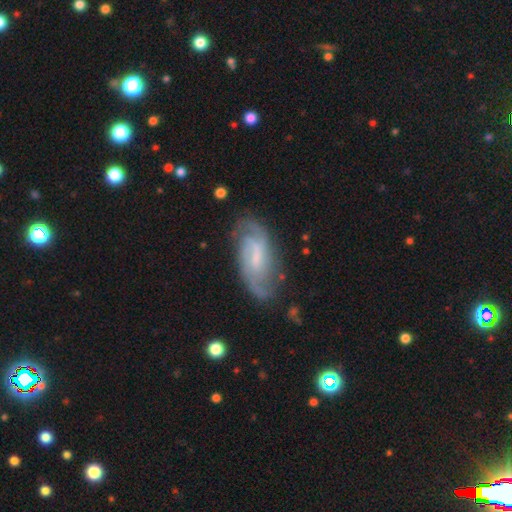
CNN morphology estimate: Smooth or featured? featured or disk (80%)
Edge-on disk? no (94%)
Bar? weak (54%)
Spiral arms? yes (94%)
Spiral winding? medium (45%)
Spiral arm count? 2 (65%)
Bulge size? small (44%)
Merging? none (73%)